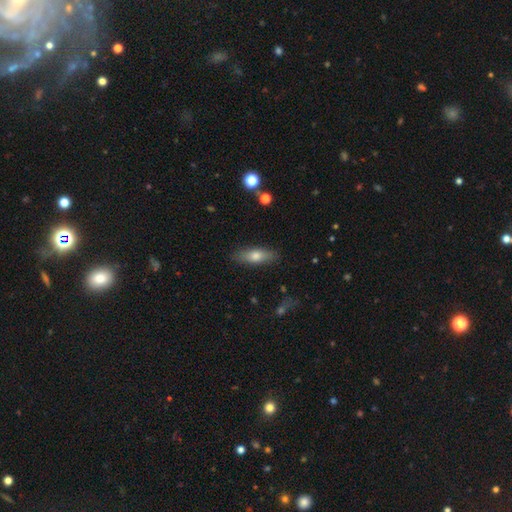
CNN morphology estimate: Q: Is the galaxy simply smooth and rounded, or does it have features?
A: smooth — 68%.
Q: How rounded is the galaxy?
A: in between — 58%.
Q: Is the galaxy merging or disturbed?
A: none — 85%.